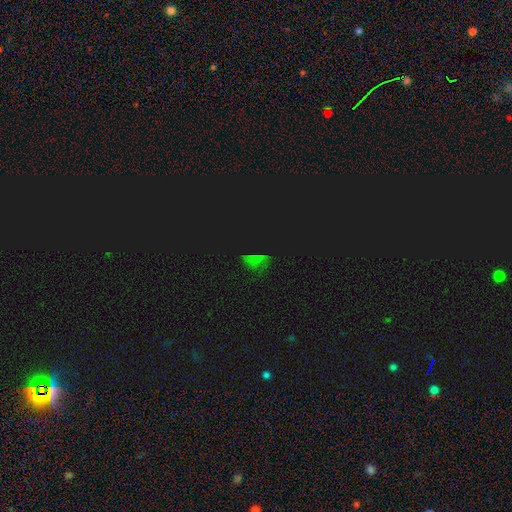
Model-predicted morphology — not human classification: Smooth or featured: star or artifact — 74% (smooth — 18%)